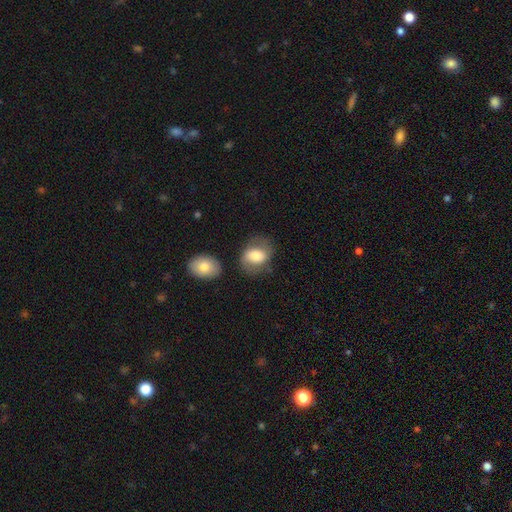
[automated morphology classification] Smooth or featured? Predicted: smooth (p=0.66). How rounded? Predicted: in between (p=0.70). Merging? Predicted: none (p=0.63).